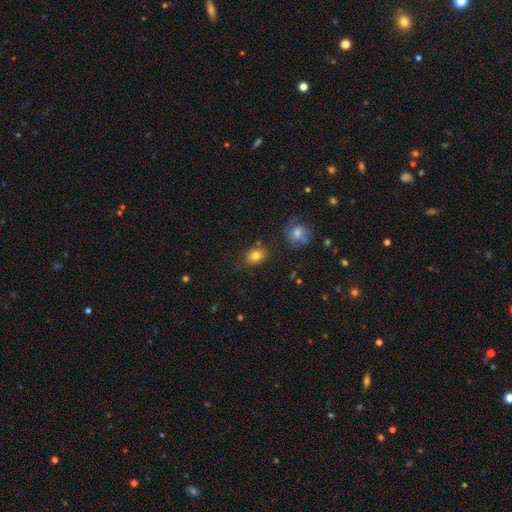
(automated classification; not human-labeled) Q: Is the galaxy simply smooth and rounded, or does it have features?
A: smooth — 81%.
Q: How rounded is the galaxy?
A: in between — 58%.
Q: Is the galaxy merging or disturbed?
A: none — 78%.